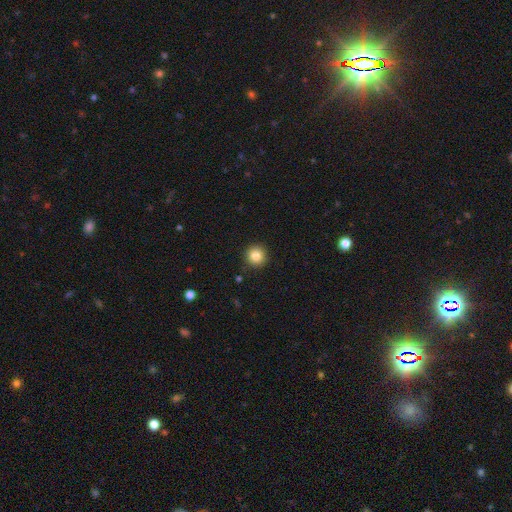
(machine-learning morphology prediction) Smooth or featured?
  - smooth: 84% *
  - star or artifact: 10%
  - featured or disk: 6%
How rounded?
  - round: 95% *
  - in between: 4%
  - cigar-shaped: 1%
Merging?
  - none: 92% *
  - minor disturbance: 5%
  - major disturbance: 2%
  - merger: 1%